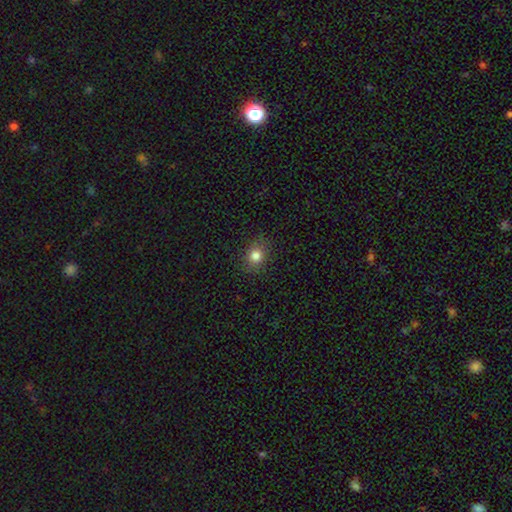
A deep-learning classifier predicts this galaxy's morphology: A smooth galaxy with no disk features (80%) that is round (64%). Merging: none (87%).